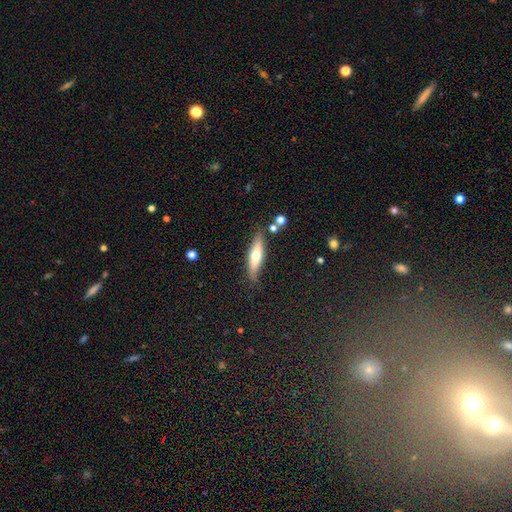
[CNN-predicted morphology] A smooth galaxy with no disk features (56%) that is cigar-shaped (66%). Merging: none (80%).